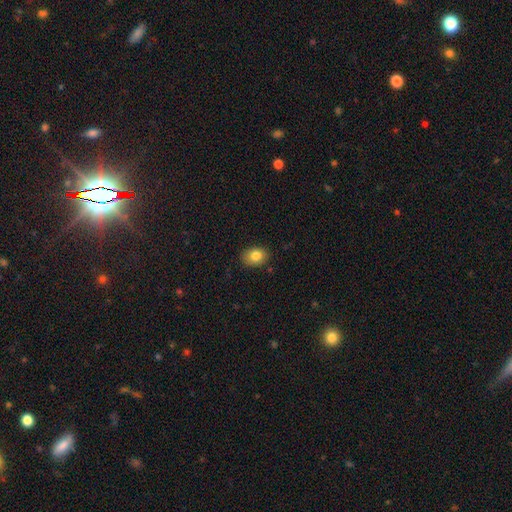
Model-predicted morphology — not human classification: Overall: smooth (82%). How rounded: in between (69%; round 30%). Merging: none (84%).